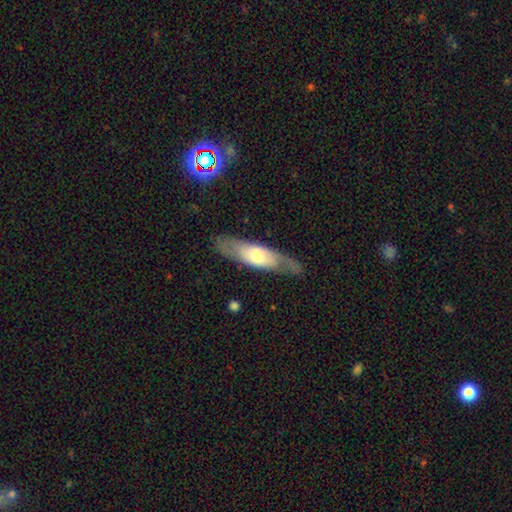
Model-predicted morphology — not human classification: This appears to be a featured or disk galaxy (52%) viewed edge-on (50%, tied with no). Merging: none (80%).